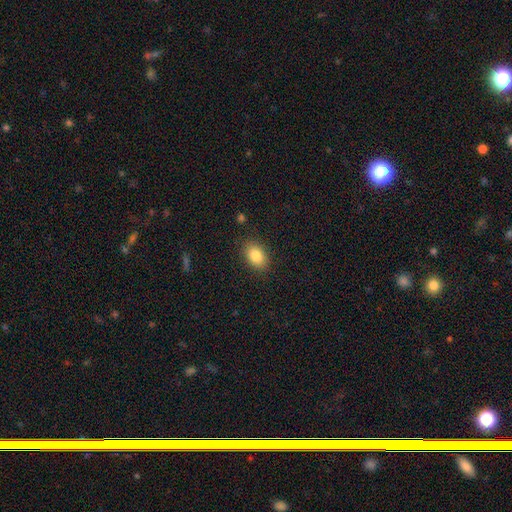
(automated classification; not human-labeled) This appears to be a smooth galaxy with no disk features (85%) that is in between round and cigar-shaped (86%). Merging: none (87%).